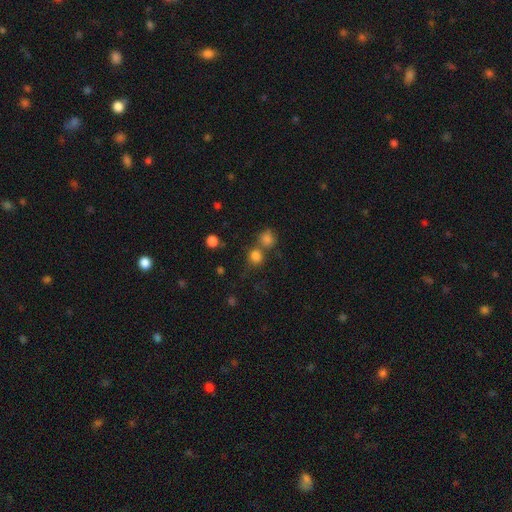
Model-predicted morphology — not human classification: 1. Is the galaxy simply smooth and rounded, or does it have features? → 79% smooth, 14% star or artifact, 6% featured or disk.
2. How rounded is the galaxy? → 82% round, 17% in between, 1% cigar-shaped.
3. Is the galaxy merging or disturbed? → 53% none, 33% merger, 9% minor disturbance, 5% major disturbance.